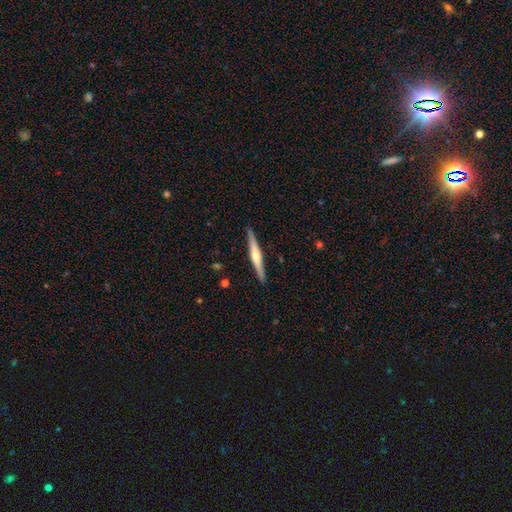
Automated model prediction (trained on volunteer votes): smooth-or-featured: featured or disk: 67% | smooth: 28% | star or artifact: 5%
  disk-edge-on: yes: 98% | no: 2%
    edge-on-bulge: rounded: 77% | boxy: 12% | none: 11%
  merging: none: 90% | minor disturbance: 7% | major disturbance: 1% | merger: 1%